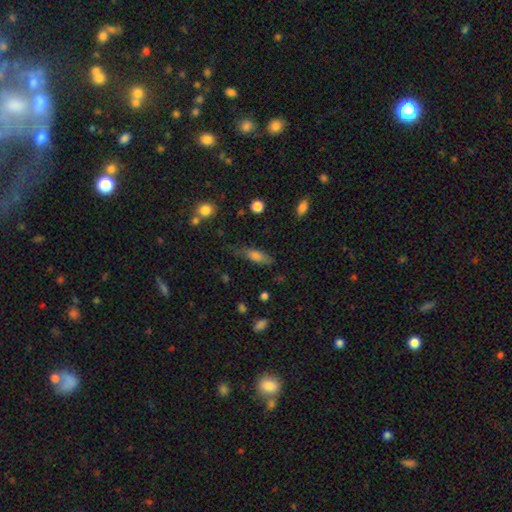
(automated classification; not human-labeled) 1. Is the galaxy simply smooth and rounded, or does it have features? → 71% smooth, 21% featured or disk, 9% star or artifact.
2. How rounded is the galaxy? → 55% in between, 42% cigar-shaped, 3% round.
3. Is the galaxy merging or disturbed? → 59% none, 27% minor disturbance, 10% major disturbance, 3% merger.